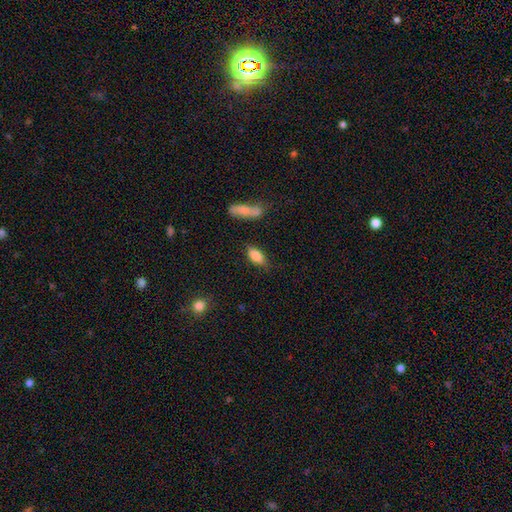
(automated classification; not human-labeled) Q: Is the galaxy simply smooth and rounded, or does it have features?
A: smooth — 84%.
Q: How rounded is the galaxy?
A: in between — 84%.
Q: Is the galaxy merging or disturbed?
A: none — 72%.